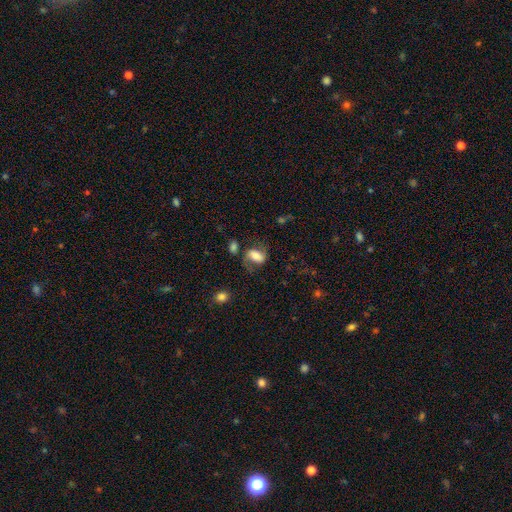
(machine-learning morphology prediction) A smooth galaxy with no disk features (54%) that is in between round and cigar-shaped (83%). Merging: none (57%).